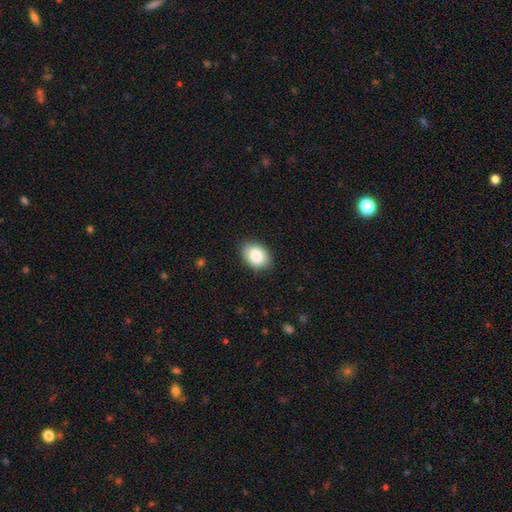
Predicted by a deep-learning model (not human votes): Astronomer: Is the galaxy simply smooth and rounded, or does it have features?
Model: smooth — 86%.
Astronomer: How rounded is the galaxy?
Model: in between — 81%.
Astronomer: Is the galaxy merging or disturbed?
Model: none — 87%.